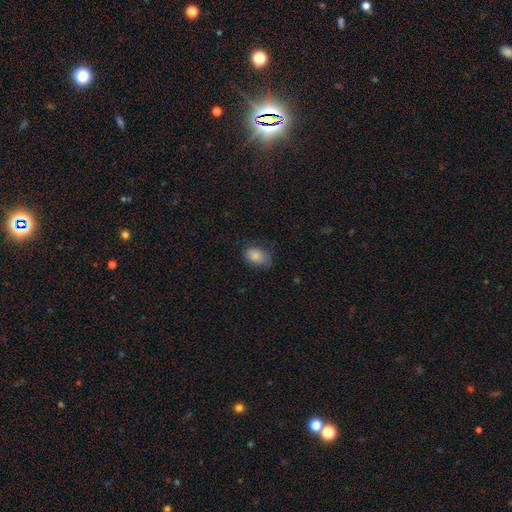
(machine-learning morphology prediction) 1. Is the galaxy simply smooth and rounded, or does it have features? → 84% smooth, 8% featured or disk, 8% star or artifact.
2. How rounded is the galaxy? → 83% in between, 16% round, 1% cigar-shaped.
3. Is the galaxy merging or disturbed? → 62% none, 29% minor disturbance, 8% major disturbance, 1% merger.